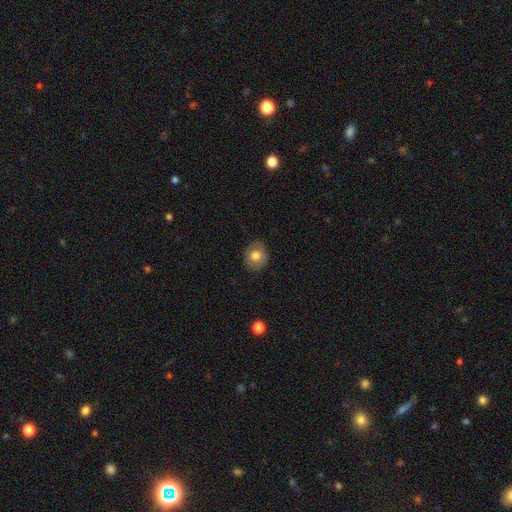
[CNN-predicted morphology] smooth_or_featured: smooth (p=0.75) [alt: featured or disk p=0.17]
how_rounded: round (p=0.66) [alt: in between p=0.33]
merging: none (p=0.83) [alt: minor disturbance p=0.13]